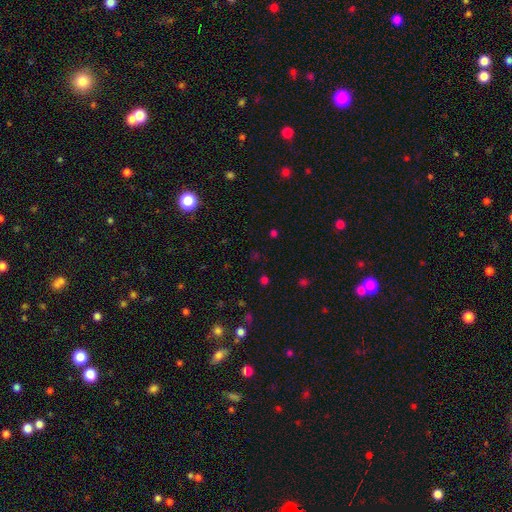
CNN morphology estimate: This appears to be a star or artifact, not a galaxy (57%).